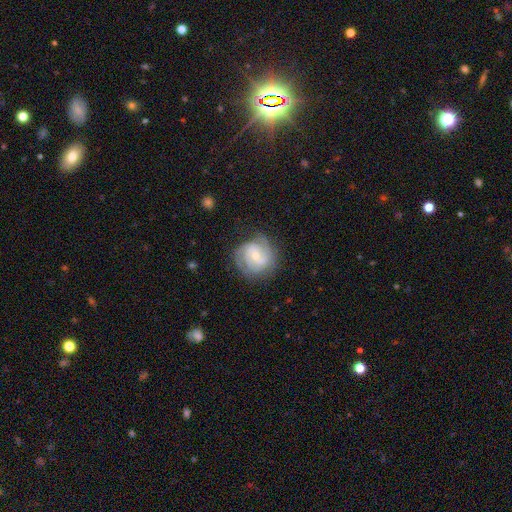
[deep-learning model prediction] A featured or disk galaxy (85%) with no bar (47%), 2 (47%) tight (56%) spiral arms (97%) and a small central bulge (60%).

Vote fractions:
- Smooth or featured? featured or disk: 85% / smooth: 10% / star or artifact: 5%
- Edge-on disk? no: 98% / yes: 2%
- Bar? no: 47% / weak: 44% / strong: 9%
- Spiral arms? yes: 97% / no: 3%
- Spiral winding? tight: 56% / medium: 37% / loose: 7%
- Spiral arm count? 2: 47% / 3: 28% / can't tell: 14% / 4: 4% / 1: 4% / more than 4: 3%
- Bulge size? small: 60% / moderate: 36% / none: 2% / large: 1% / dominant: 1%
- Merging? none: 74% / minor disturbance: 18% / major disturbance: 7% / merger: 1%